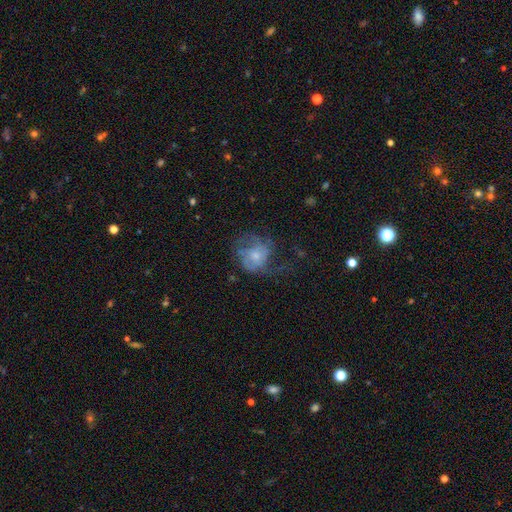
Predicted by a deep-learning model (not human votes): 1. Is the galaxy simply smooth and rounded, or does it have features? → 54% featured or disk, 35% smooth, 10% star or artifact.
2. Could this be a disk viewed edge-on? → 97% no, 3% yes.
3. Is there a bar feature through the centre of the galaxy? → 79% no, 19% weak, 3% strong.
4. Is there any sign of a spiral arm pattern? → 65% yes, 35% no.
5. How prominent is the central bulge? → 45% small, 40% moderate, 8% none, 6% large, 2% dominant.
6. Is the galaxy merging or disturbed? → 39% major disturbance (tied), 39% none (tied), 21% minor disturbance, 2% merger.